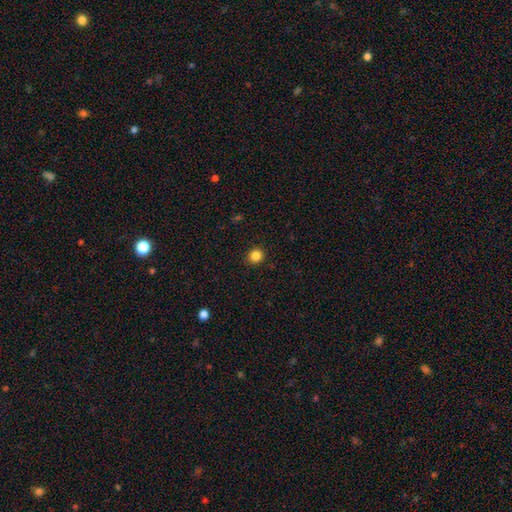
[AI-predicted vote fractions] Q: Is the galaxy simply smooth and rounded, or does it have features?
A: smooth — 85%.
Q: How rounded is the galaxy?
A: round — 93%.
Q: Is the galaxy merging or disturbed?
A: none — 92%.